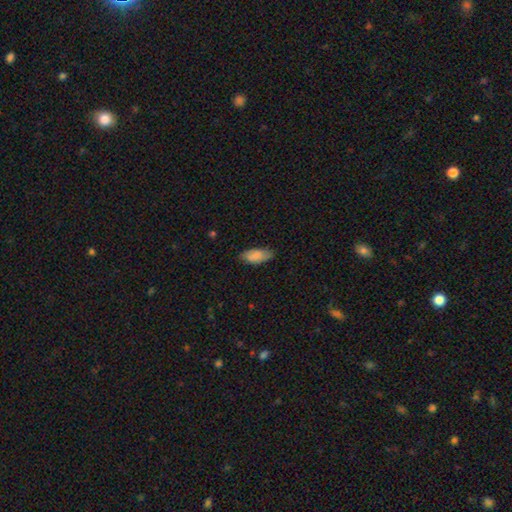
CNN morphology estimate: Overall: smooth (85%). How rounded: in between (87%). Merging: none (77%).